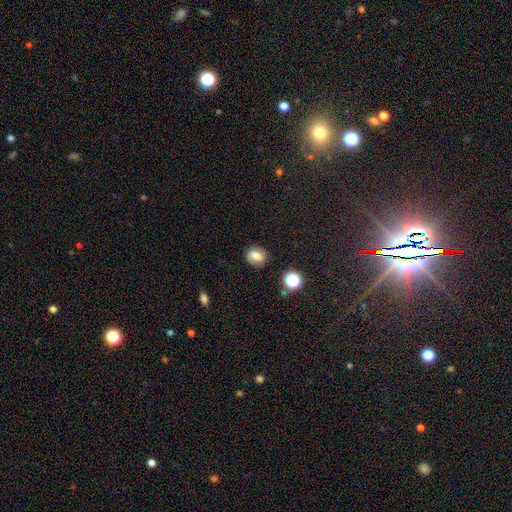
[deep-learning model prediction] Smooth or featured? smooth (62%)
How rounded? round (50%)
Merging? none (82%)